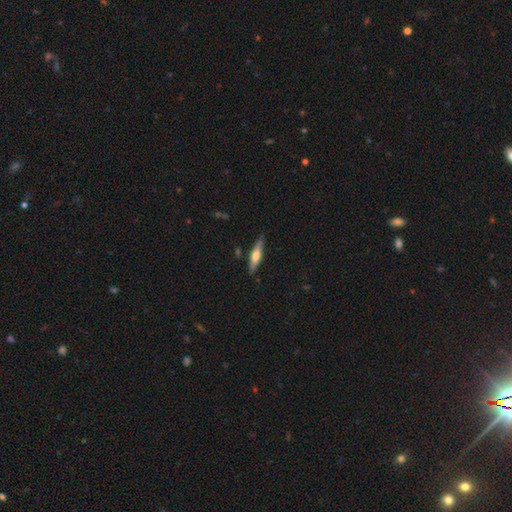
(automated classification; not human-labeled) smooth_or_featured: featured or disk (p=0.48) [alt: smooth p=0.47]
merging: none (p=0.84) [alt: minor disturbance p=0.12]